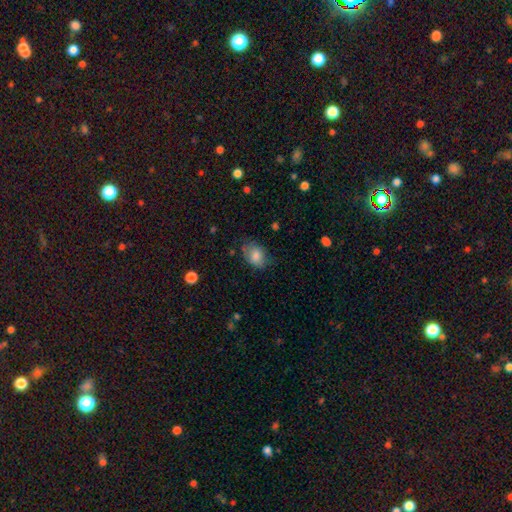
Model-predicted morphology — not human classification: This is clearly a smooth galaxy (80%). How rounded: likely in between (79%). Merging: likely none (62%).